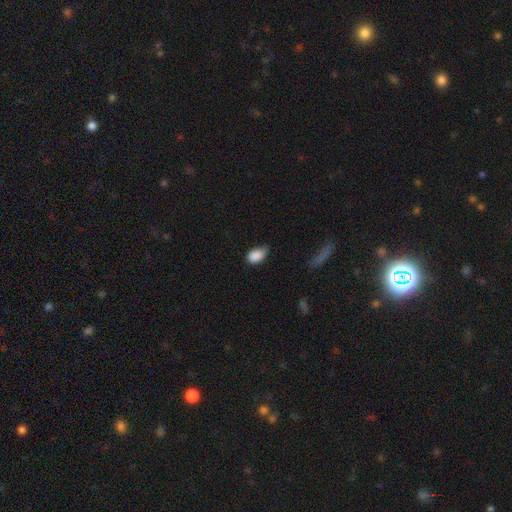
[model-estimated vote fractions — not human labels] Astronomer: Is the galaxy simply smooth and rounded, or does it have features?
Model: smooth — 88%.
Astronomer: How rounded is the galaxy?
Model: in between — 86%.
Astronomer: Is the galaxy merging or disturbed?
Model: none — 50% (runner-up: minor disturbance, 41%).